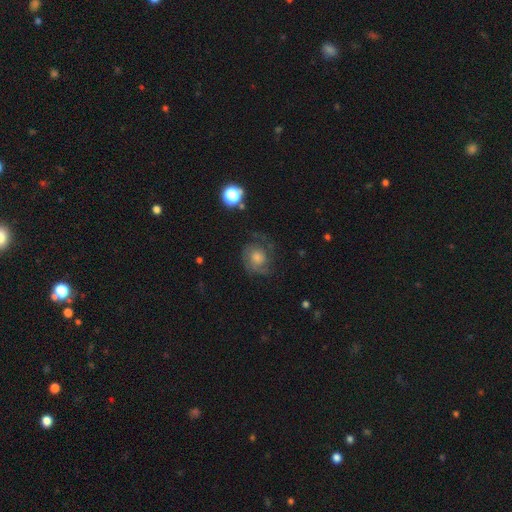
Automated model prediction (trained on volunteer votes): This appears to be a featured or disk galaxy (66%) with no bar (76%), 2 (48%) tight (50%) spiral arms (92%) and a moderate central bulge (51%). Merging: none (71%).